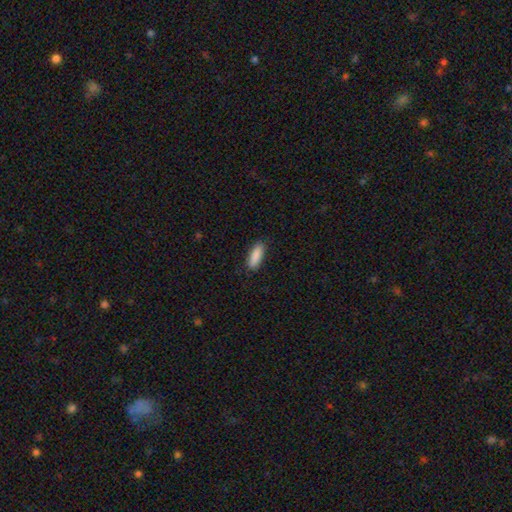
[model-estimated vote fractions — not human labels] Overall: smooth (89%). How rounded: in between (56%; cigar-shaped 42%). Merging: none (87%).